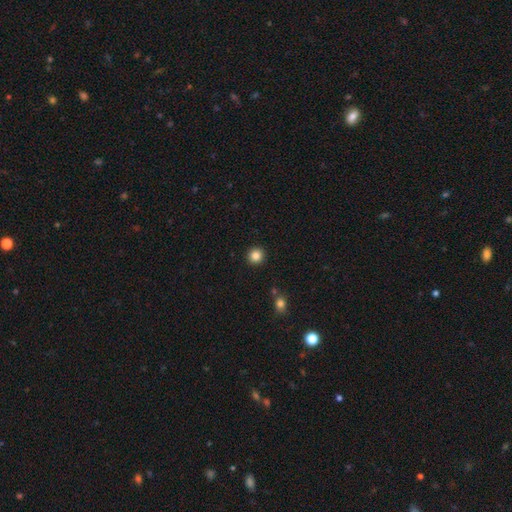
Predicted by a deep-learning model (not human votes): This appears to be a smooth galaxy with no disk features (86%) that is round (94%). Merging: none (93%).